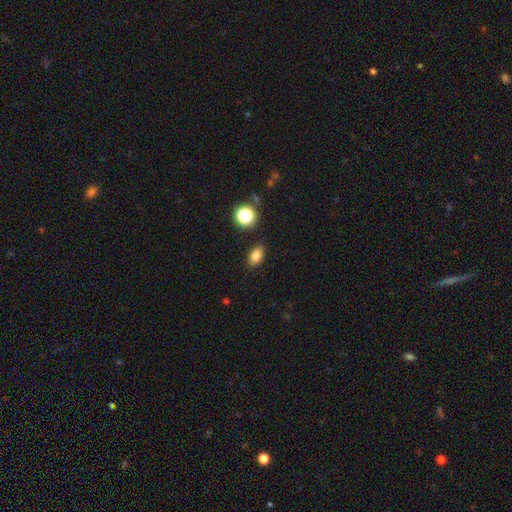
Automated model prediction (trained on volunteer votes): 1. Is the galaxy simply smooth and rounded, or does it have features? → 80% smooth, 12% star or artifact, 8% featured or disk.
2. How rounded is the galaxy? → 83% in between, 13% round, 3% cigar-shaped.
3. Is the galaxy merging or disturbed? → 87% none, 9% minor disturbance, 2% major disturbance, 2% merger.